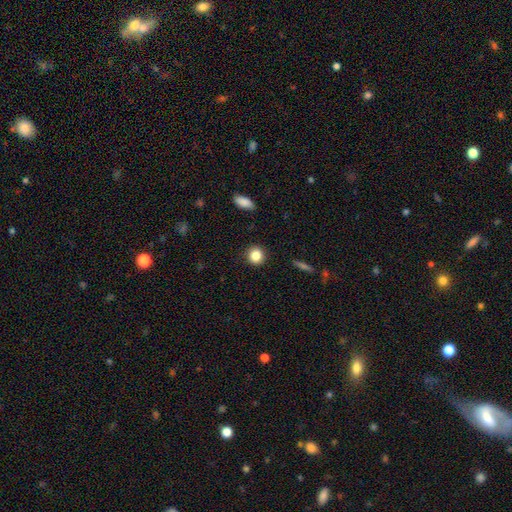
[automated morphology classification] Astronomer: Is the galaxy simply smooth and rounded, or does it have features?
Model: smooth — 85%.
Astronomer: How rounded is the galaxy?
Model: round — 82%.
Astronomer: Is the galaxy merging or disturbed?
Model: none — 90%.